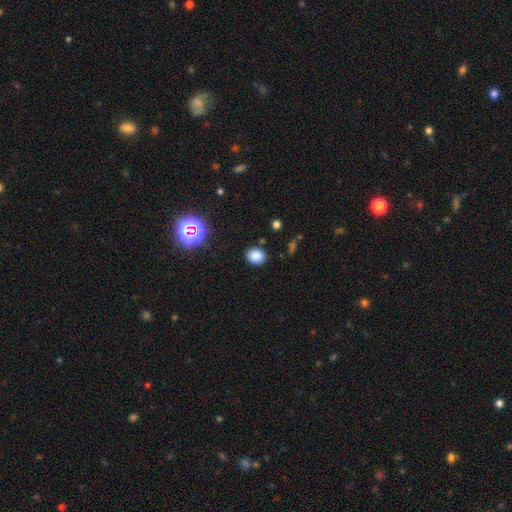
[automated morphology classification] The model was most divided on "how rounded": round: 59%, in between: 40%, cigar-shaped: 1%. More confident: merging — none (86%); smooth or featured — smooth (81%).